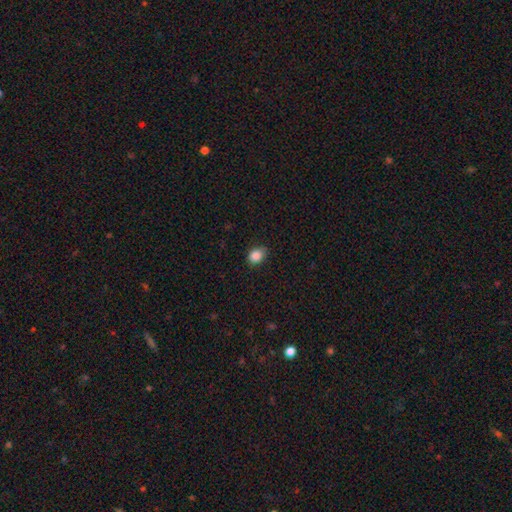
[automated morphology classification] Q: Smooth or featured?
A: smooth (87%); runner-up: star or artifact (9%)
Q: How rounded?
A: in between (60%); runner-up: round (39%)
Q: Merging?
A: none (76%); runner-up: minor disturbance (20%)